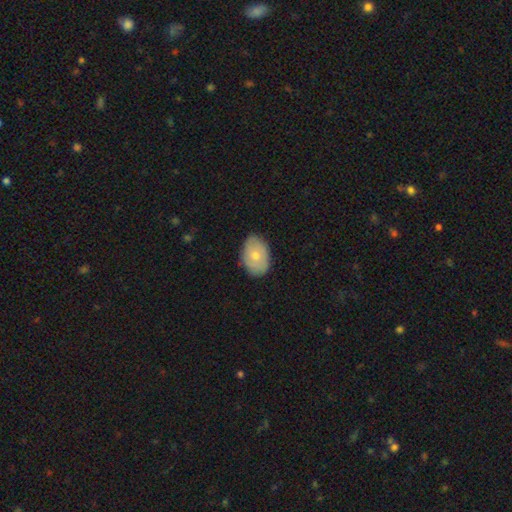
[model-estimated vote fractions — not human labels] smooth-or-featured: smooth: 66% | featured or disk: 27% | star or artifact: 6%
  how-rounded: in between: 84% | round: 15% | cigar-shaped: 1%
  merging: none: 81% | minor disturbance: 15% | major disturbance: 3% | merger: 1%